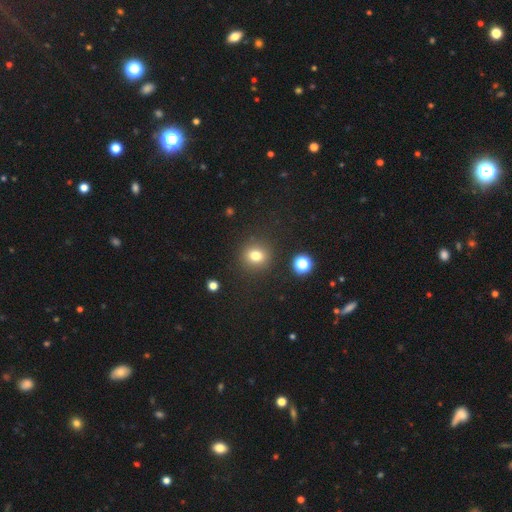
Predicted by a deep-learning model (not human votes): This appears to be a smooth galaxy with no disk features (78%) that is round (83%). Merging: none (88%).